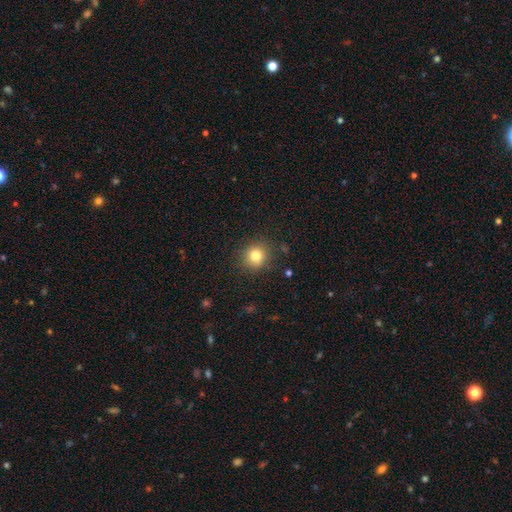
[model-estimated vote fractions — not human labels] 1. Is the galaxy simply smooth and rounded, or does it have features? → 81% smooth, 12% star or artifact, 7% featured or disk.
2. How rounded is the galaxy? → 88% round, 11% in between, 1% cigar-shaped.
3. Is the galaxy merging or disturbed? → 88% none, 8% minor disturbance, 3% major disturbance, 1% merger.